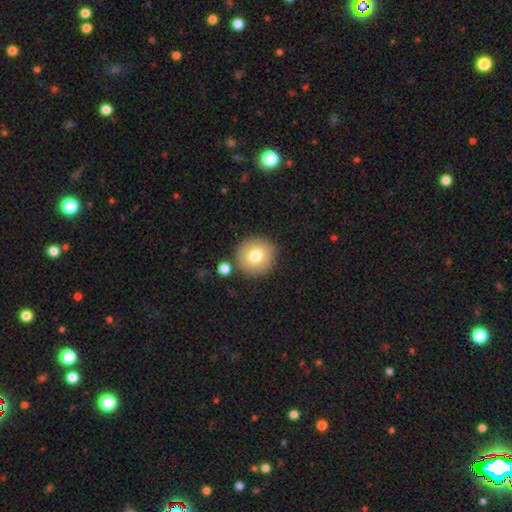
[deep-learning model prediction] smooth 77%, featured or disk 14%, star or artifact 10%. Down the decision tree: how rounded — round (93%); merging — none (85%).